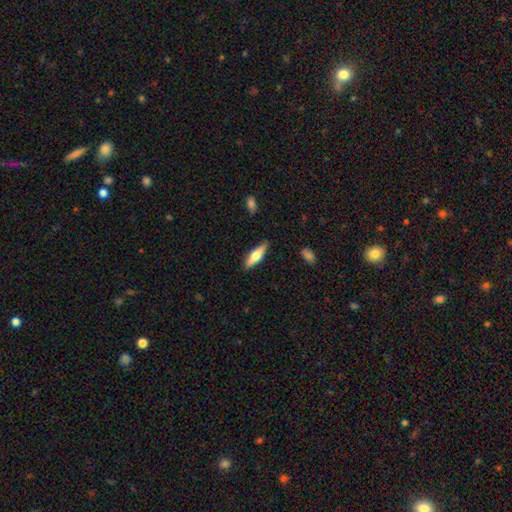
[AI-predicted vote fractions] Overall: smooth (55%; featured or disk 39%). How rounded: cigar-shaped (59%; in between 39%). Merging: none (86%).